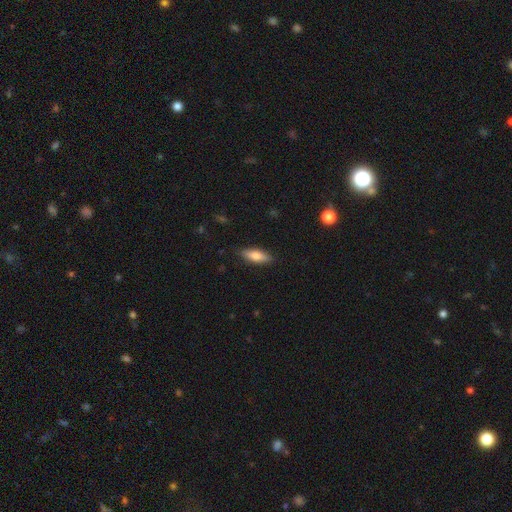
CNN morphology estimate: Smooth or featured? Predicted: smooth (p=0.75). How rounded? Predicted: in between (p=0.60). Merging? Predicted: none (p=0.86).